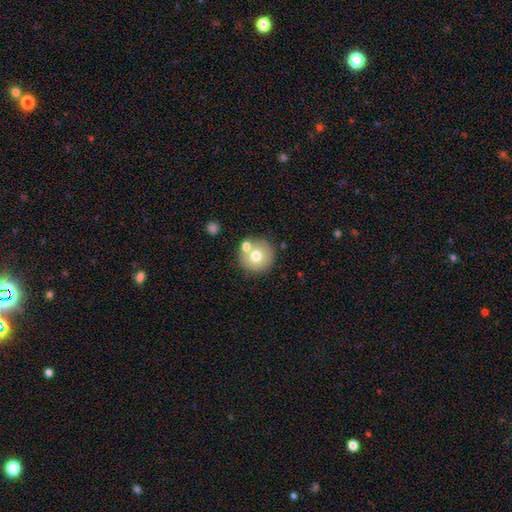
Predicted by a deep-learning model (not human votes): The model was most divided on "smooth or featured": smooth: 69%, featured or disk: 21%, star or artifact: 10%. More confident: how rounded — round (93%); merging — none (69%).